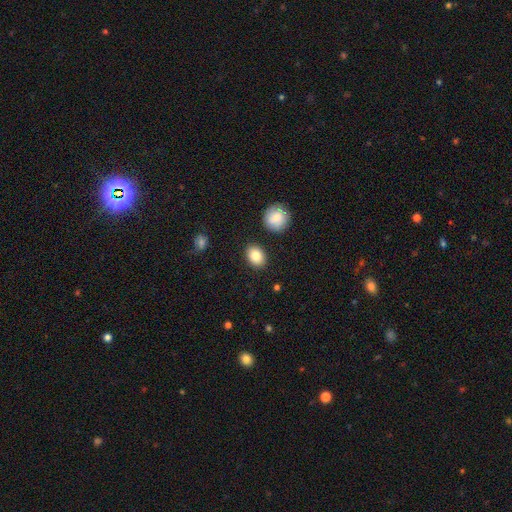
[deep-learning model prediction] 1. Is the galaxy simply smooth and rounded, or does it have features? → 82% smooth, 9% featured or disk, 8% star or artifact.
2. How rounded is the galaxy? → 65% in between, 34% round, 1% cigar-shaped.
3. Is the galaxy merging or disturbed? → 86% none, 8% minor disturbance, 3% merger, 2% major disturbance.